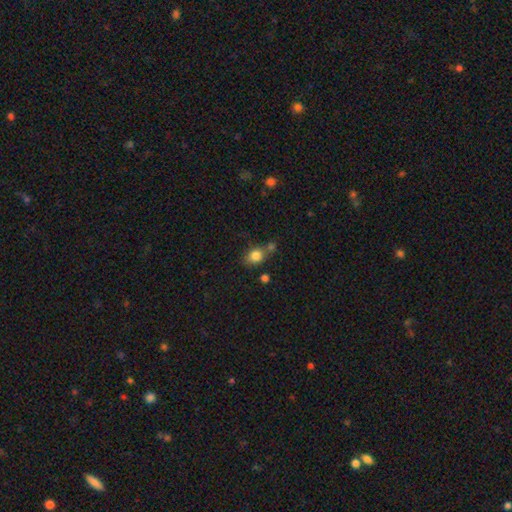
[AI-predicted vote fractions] Smooth or featured? Predicted: smooth (p=0.83). How rounded? Predicted: in between (p=0.56). Merging? Predicted: none (p=0.55).